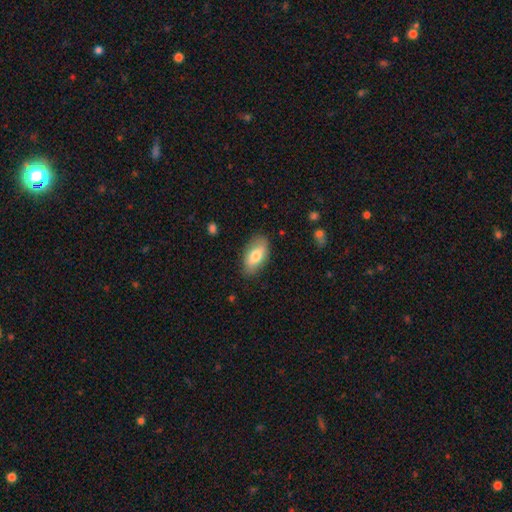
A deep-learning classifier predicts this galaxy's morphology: This is likely a smooth galaxy (74%). How rounded: clearly in between (93%). Merging: clearly none (82%).